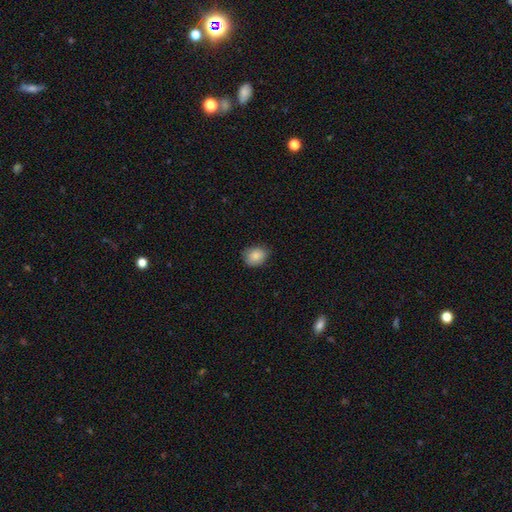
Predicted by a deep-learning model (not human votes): A smooth galaxy with no disk features (85%) that is round (54%).

Vote fractions:
- Smooth or featured? smooth: 85% / star or artifact: 8% / featured or disk: 7%
- How rounded? round: 54% / in between: 45% / cigar-shaped: 1%
- Merging? none: 75% / minor disturbance: 21% / major disturbance: 3% / merger: 1%